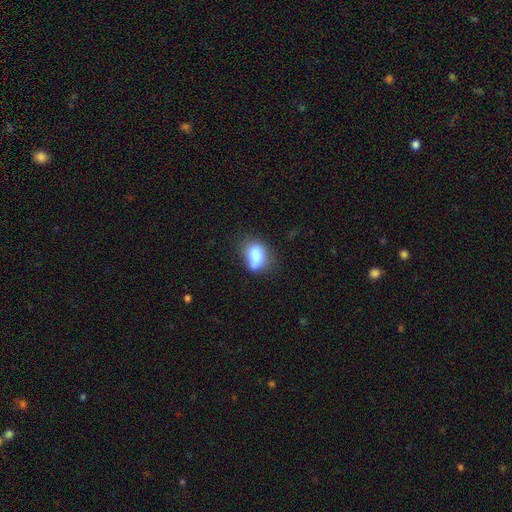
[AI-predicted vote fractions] Morphology: type=smooth (79%); roundness=in between (81%); merging=none (47%).